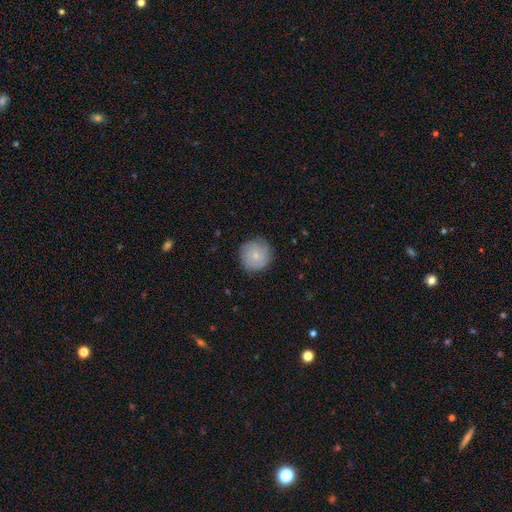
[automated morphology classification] A smooth galaxy with no disk features (77%) that is round (94%).

Vote fractions:
- Smooth or featured? smooth: 77% / featured or disk: 16% / star or artifact: 7%
- How rounded? round: 94% / in between: 5% / cigar-shaped: 1%
- Merging? none: 84% / minor disturbance: 12% / major disturbance: 3% / merger: 1%